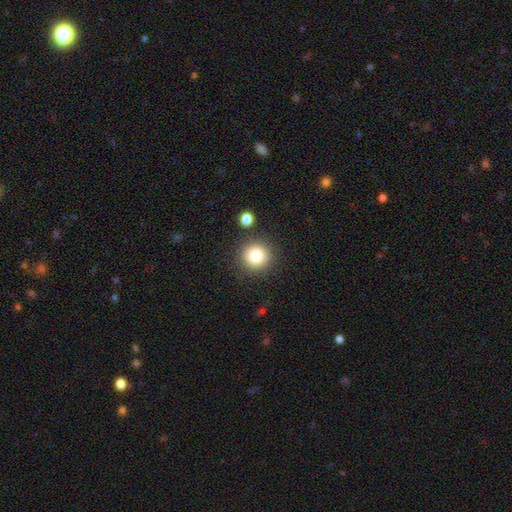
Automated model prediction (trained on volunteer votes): Smooth or featured? Predicted: smooth (p=0.82). How rounded? Predicted: round (p=0.94). Merging? Predicted: none (p=0.86).